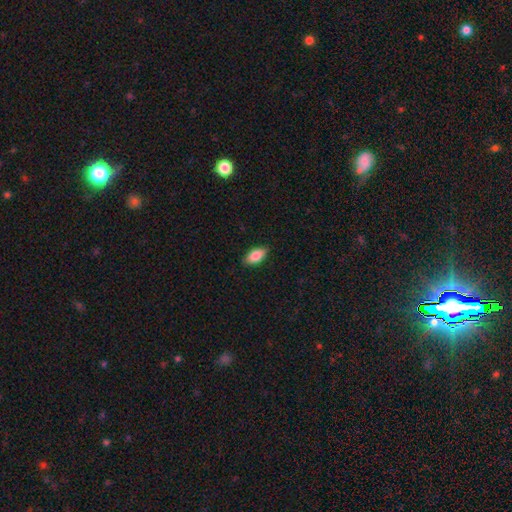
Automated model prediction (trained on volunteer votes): smooth_or_featured: smooth (p=0.84) [alt: featured or disk p=0.09]
how_rounded: in between (p=0.91) [alt: cigar-shaped p=0.06]
merging: none (p=0.86) [alt: minor disturbance p=0.10]